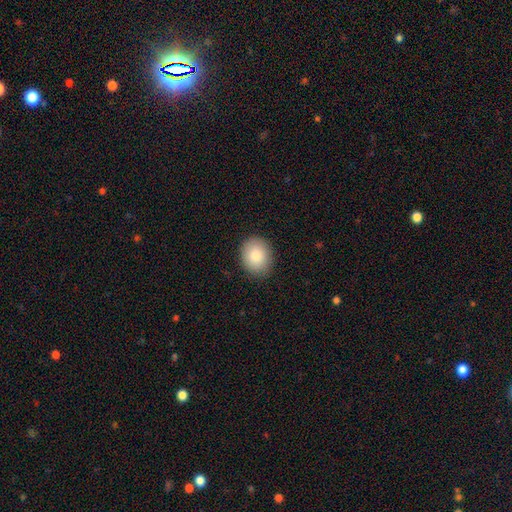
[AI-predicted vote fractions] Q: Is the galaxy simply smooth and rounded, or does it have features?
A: smooth — 85%.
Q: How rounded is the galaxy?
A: round — 59%.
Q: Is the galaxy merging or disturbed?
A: none — 87%.